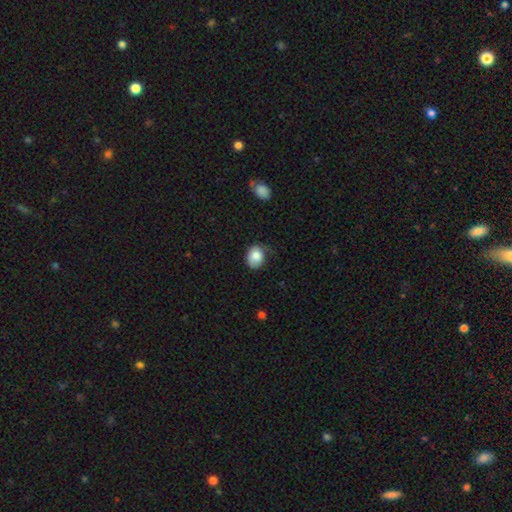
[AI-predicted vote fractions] Smooth or featured? smooth (82%)
How rounded? in between (51%)
Merging? none (49%)